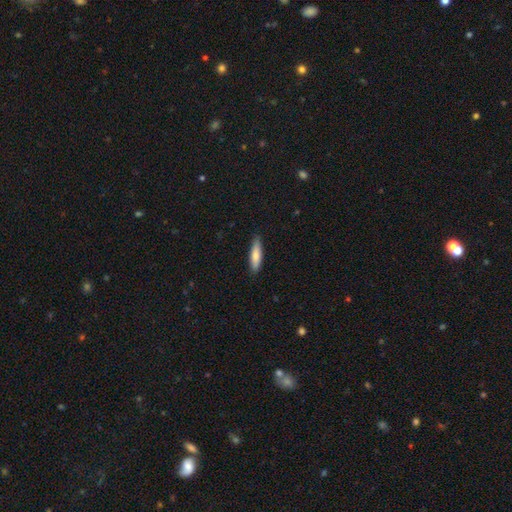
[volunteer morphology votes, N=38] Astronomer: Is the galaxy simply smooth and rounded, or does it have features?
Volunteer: smooth — 79%.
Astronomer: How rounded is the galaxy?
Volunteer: cigar-shaped — 67%.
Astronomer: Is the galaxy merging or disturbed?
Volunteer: none — 86%.